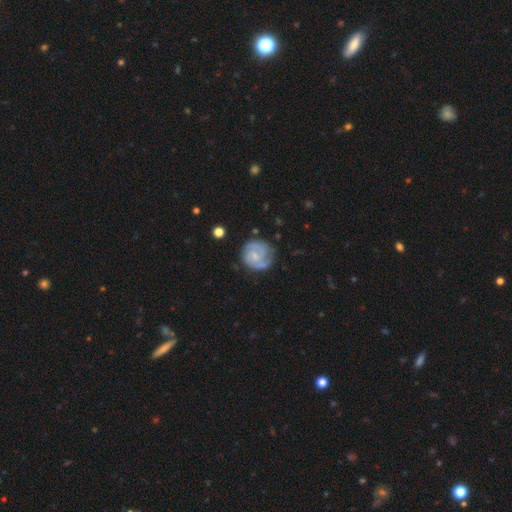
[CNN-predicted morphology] Overall: featured or disk (79%). Edge-on disk: no (98%). Bar: no (63%; weak 32%). Spiral arms: yes (95%). Spiral arm count: 2 (60%). Spiral winding: tight (55%; medium 36%). Bulge size: small (65%). Merging: none (72%).